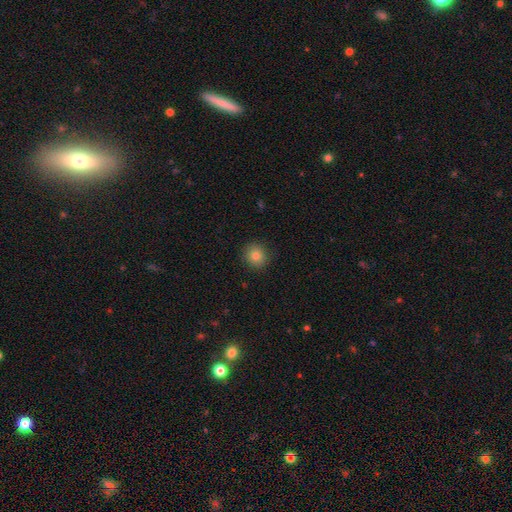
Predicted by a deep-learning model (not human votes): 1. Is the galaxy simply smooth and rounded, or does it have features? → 82% smooth, 11% star or artifact, 7% featured or disk.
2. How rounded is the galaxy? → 88% round, 11% in between, 1% cigar-shaped.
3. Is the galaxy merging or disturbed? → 90% none, 7% minor disturbance, 2% major disturbance, 1% merger.